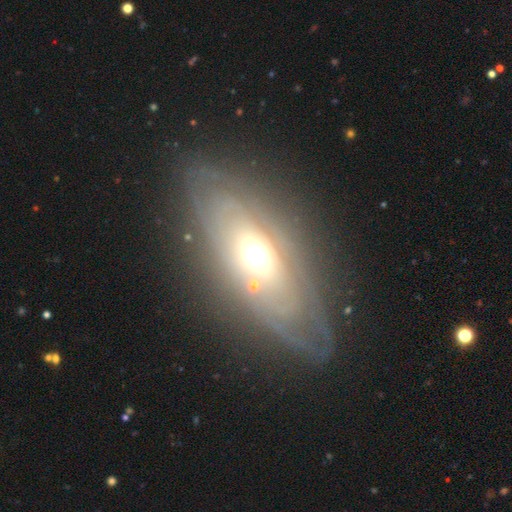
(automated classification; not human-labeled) This appears to be a featured or disk galaxy (76%) with no bar (81%), spiral arms (59%) and a moderate central bulge (68%). Merging: none (76%).